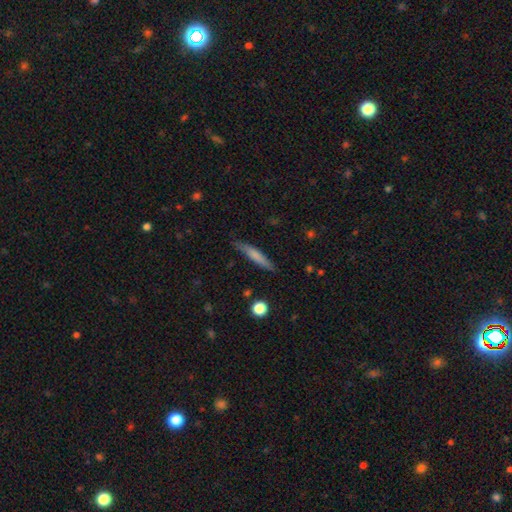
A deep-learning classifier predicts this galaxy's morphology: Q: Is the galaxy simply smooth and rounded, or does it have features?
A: smooth — 68%.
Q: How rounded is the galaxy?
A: cigar-shaped — 91%.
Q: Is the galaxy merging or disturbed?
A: none — 82%.